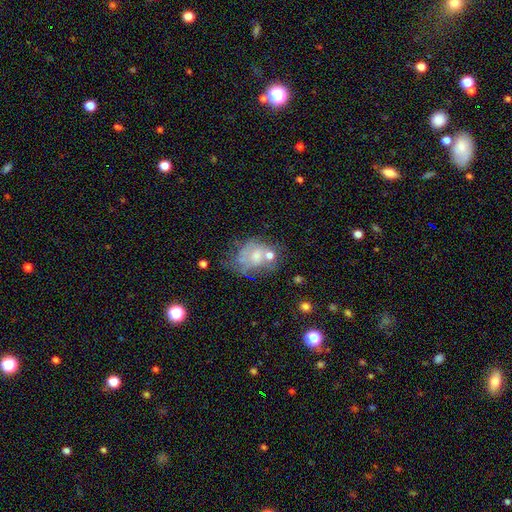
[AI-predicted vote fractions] Overall: featured or disk (47%; smooth 41%). Merging: none (27%; merger 26%).